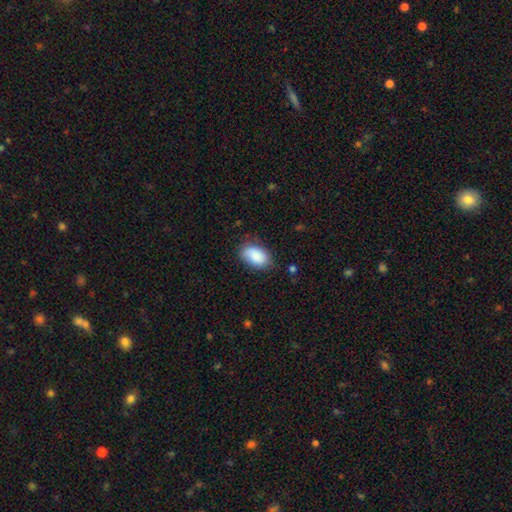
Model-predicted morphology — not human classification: The model was most divided on "merging": none: 76%, minor disturbance: 19%, major disturbance: 4%, merger: 1%. More confident: how rounded — in between (92%); smooth or featured — smooth (87%).